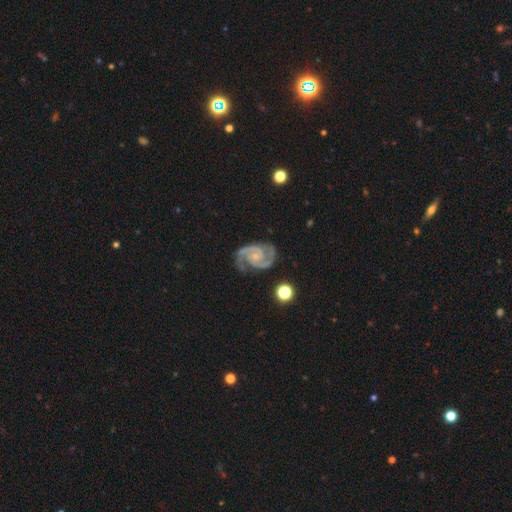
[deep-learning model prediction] featured or disk 94%, star or artifact 4%, smooth 2%. Down the decision tree: edge-on disk — no (98%); bar — no (60%); spiral arms — yes (99%); spiral arm count — 2 (91%); spiral winding — medium (50%); bulge size — small (72%); merging — none (79%).